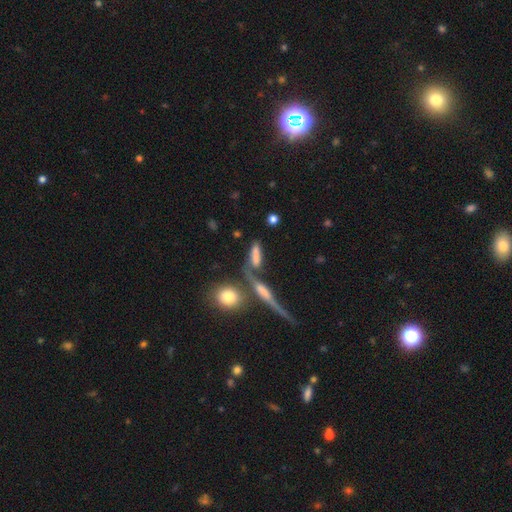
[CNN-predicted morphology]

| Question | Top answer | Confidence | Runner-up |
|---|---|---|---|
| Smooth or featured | smooth | 70% | featured or disk (20%) |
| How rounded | cigar-shaped | 53% | in between (41%) |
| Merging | none | 46% | merger (30%) |